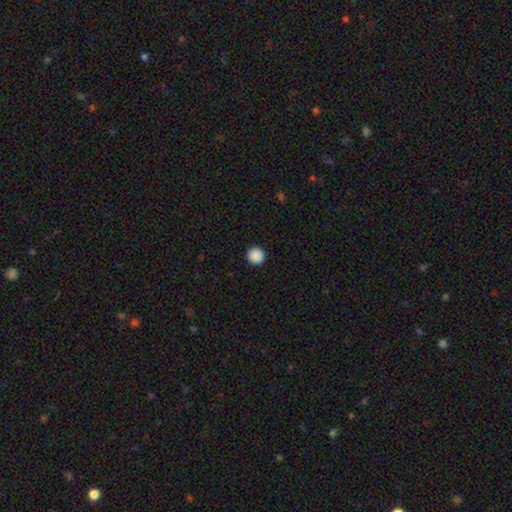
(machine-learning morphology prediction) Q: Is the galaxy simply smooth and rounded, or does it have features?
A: smooth — 90%.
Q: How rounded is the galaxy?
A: round — 96%.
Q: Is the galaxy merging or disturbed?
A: none — 94%.